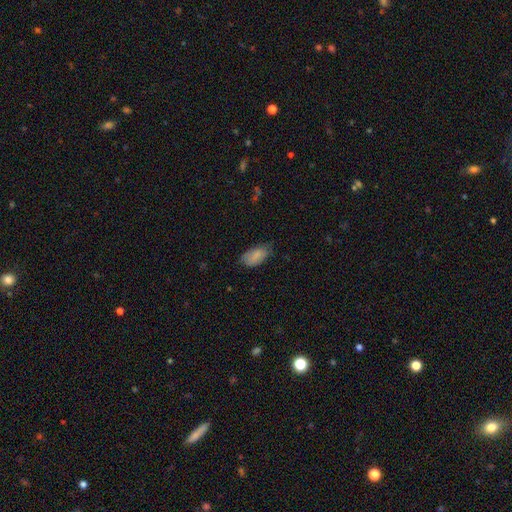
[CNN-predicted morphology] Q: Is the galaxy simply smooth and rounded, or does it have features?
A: smooth — 82%.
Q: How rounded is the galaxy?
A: in between — 93%.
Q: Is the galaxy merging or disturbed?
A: none — 62%.